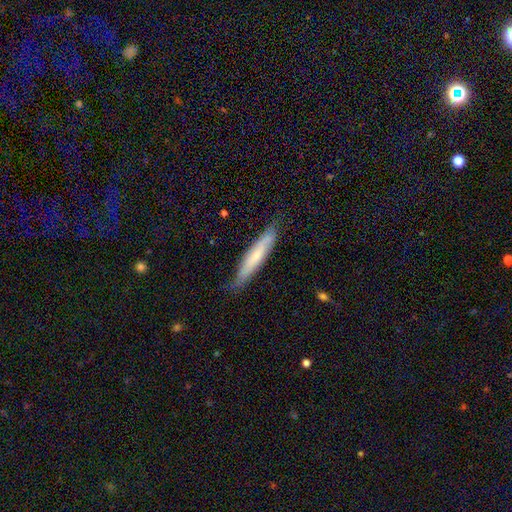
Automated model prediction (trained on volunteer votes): A smooth galaxy with no disk features (55%) that is cigar-shaped (89%).

Vote fractions:
- Smooth or featured? smooth: 55% / featured or disk: 39% / star or artifact: 6%
- How rounded? cigar-shaped: 89% / in between: 9% / round: 1%
- Merging? none: 75% / minor disturbance: 20% / major disturbance: 4% / merger: 1%